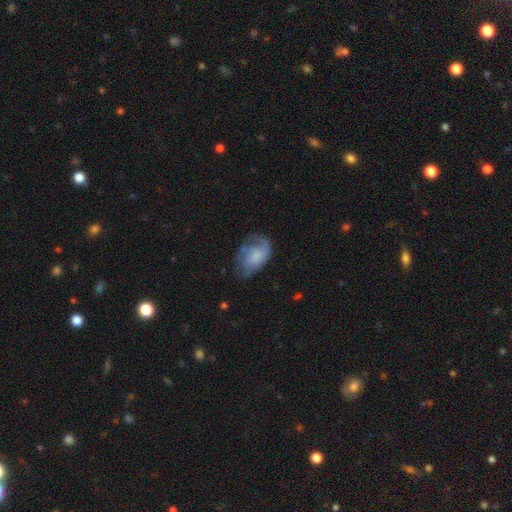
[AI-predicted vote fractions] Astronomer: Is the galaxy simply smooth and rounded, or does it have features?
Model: smooth — 47% (runner-up: featured or disk, 46%).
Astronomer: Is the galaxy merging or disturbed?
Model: none — 49% (runner-up: minor disturbance, 29%).